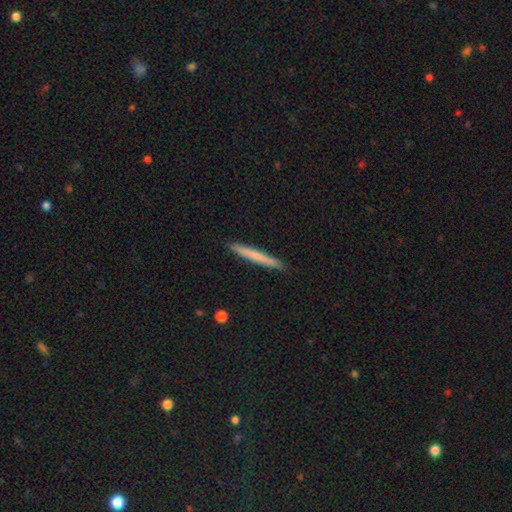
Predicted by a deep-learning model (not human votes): Smooth or featured? smooth (68%)
How rounded? cigar-shaped (97%)
Merging? none (92%)